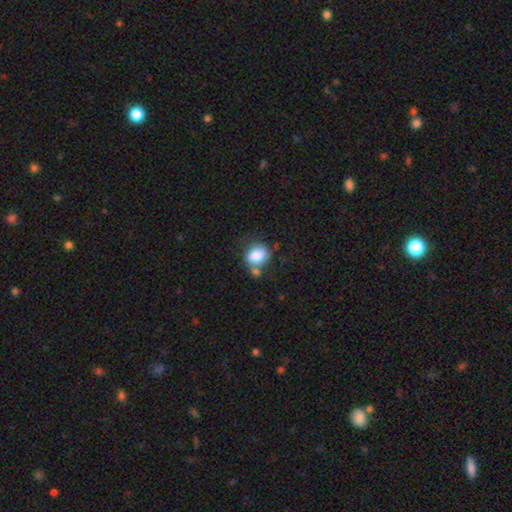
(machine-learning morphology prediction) type=smooth (80%); roundness=round (58%); merging=none (45%).